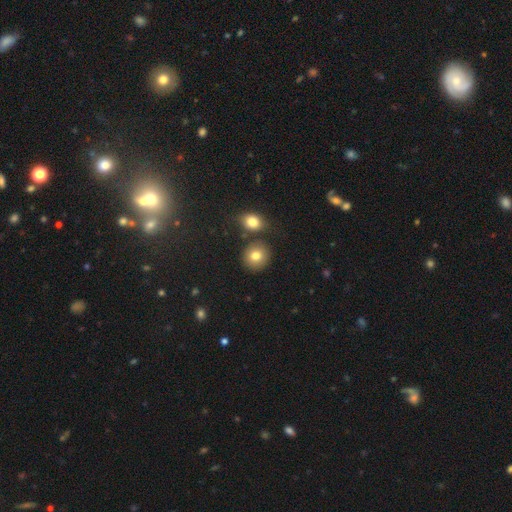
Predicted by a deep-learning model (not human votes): smooth_or_featured: smooth (p=0.80) [alt: star or artifact p=0.10]
how_rounded: round (p=0.85) [alt: in between p=0.14]
merging: none (p=0.78) [alt: merger p=0.10]